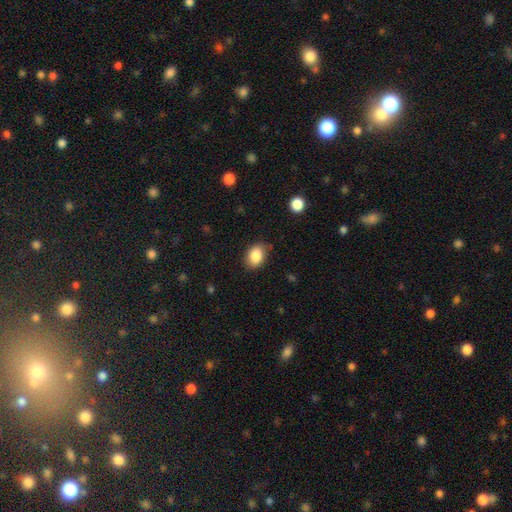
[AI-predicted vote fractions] A smooth galaxy with no disk features (86%) that is in between round and cigar-shaped (75%). Merging: none (80%).